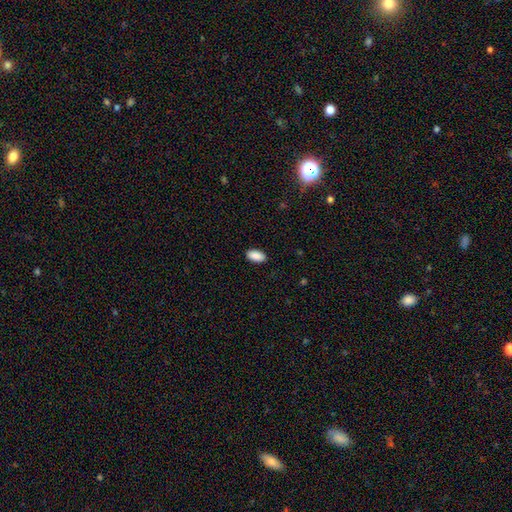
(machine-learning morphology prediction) Smooth or featured: smooth — 90% (star or artifact — 7%)
How rounded: in between — 94% (round — 3%)
Merging: none — 89% (minor disturbance — 8%)